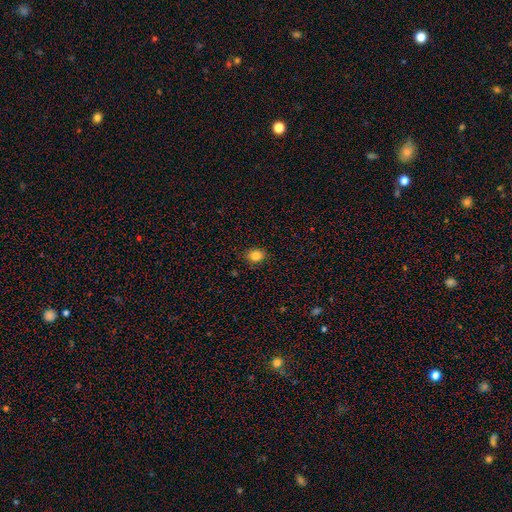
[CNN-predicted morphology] A smooth galaxy with no disk features (83%) that is round (56%).

Vote fractions:
- Smooth or featured? smooth: 83% / star or artifact: 11% / featured or disk: 6%
- How rounded? round: 56% / in between: 43% / cigar-shaped: 1%
- Merging? none: 85% / minor disturbance: 12% / major disturbance: 2% / merger: 1%